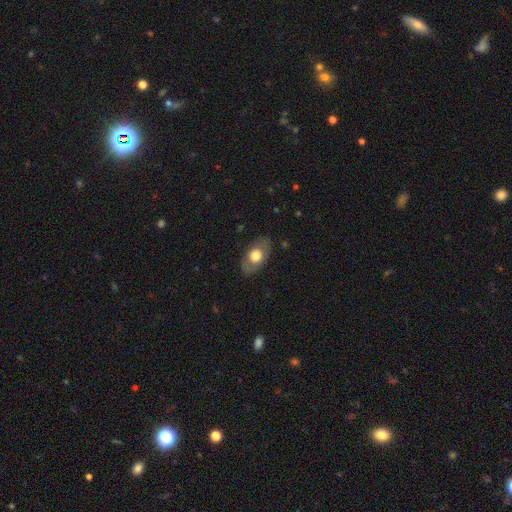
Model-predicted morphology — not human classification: This is likely a smooth galaxy (60%). How rounded: clearly in between (85%). Merging: clearly none (81%).